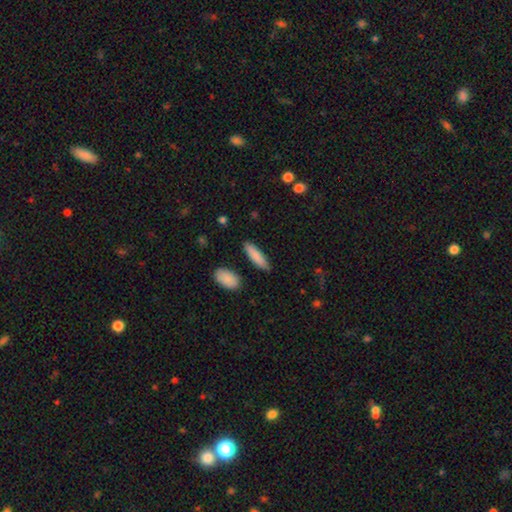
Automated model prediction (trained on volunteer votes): A smooth galaxy with no disk features (85%) that is cigar-shaped (63%).

Vote fractions:
- Smooth or featured? smooth: 85% / featured or disk: 9% / star or artifact: 6%
- How rounded? cigar-shaped: 63% / in between: 35% / round: 2%
- Merging? none: 87% / minor disturbance: 9% / merger: 2% / major disturbance: 2%